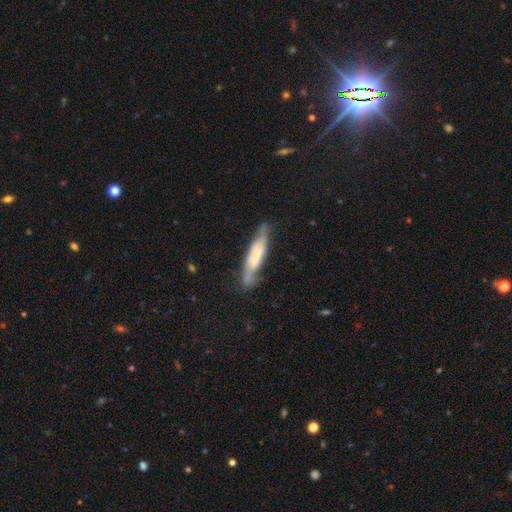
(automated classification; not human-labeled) Smooth or featured? Predicted: featured or disk (p=0.51). Edge-on disk? Predicted: yes (p=0.59). Merging? Predicted: none (p=0.69).